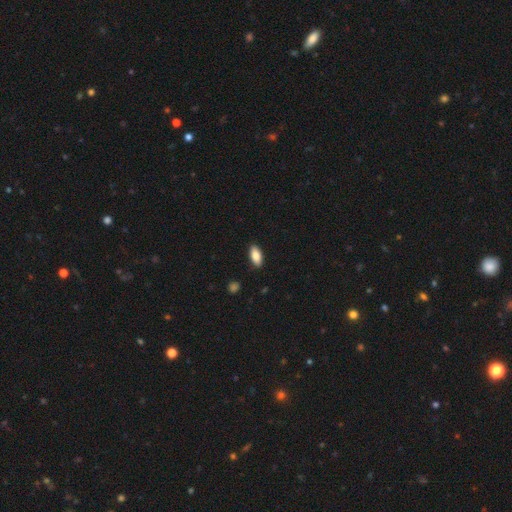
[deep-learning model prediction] Morphology: type=smooth (84%); roundness=in between (87%); merging=none (89%).